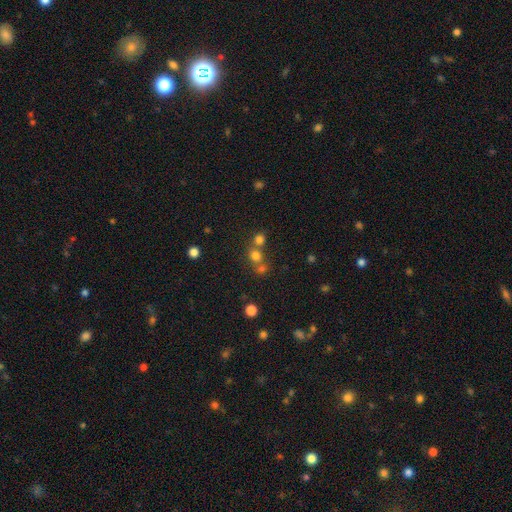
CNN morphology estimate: Q: Smooth or featured?
A: smooth (70%); runner-up: star or artifact (21%)
Q: How rounded?
A: round (84%); runner-up: in between (15%)
Q: Merging?
A: none (51%); runner-up: merger (39%)